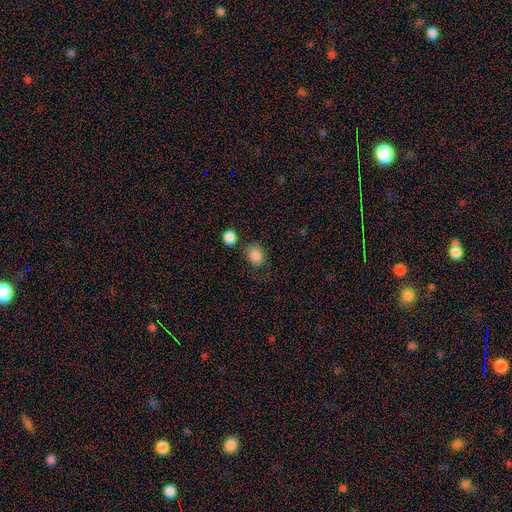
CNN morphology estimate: type=smooth (86%); roundness=round (58%); merging=none (72%).